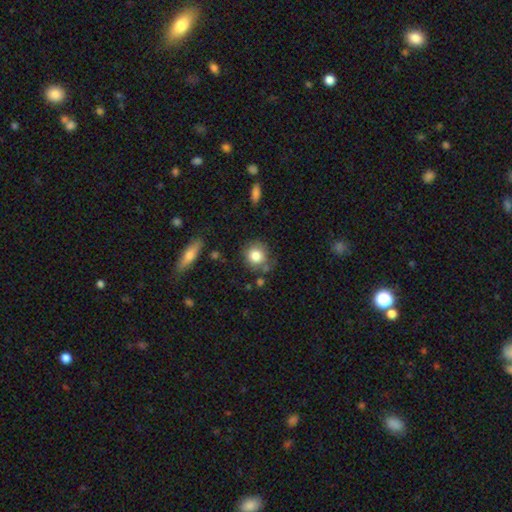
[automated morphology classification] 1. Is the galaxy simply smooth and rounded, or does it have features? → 82% smooth, 9% star or artifact, 9% featured or disk.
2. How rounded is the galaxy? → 88% round, 10% in between, 1% cigar-shaped.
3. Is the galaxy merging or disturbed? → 75% none, 15% minor disturbance, 6% merger, 4% major disturbance.